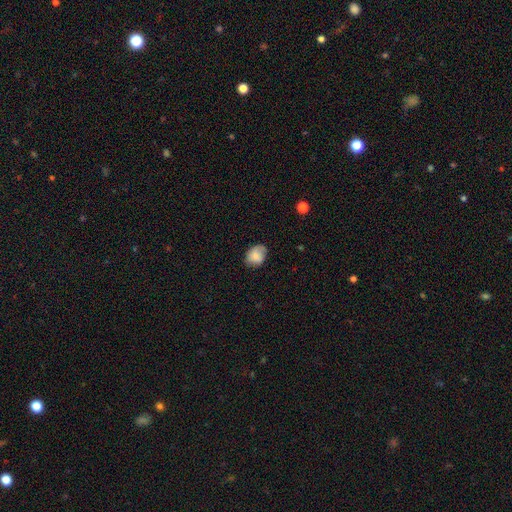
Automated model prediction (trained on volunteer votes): This appears to be a smooth galaxy with no disk features (75%) that is in between round and cigar-shaped (60%). Merging: none (68%).